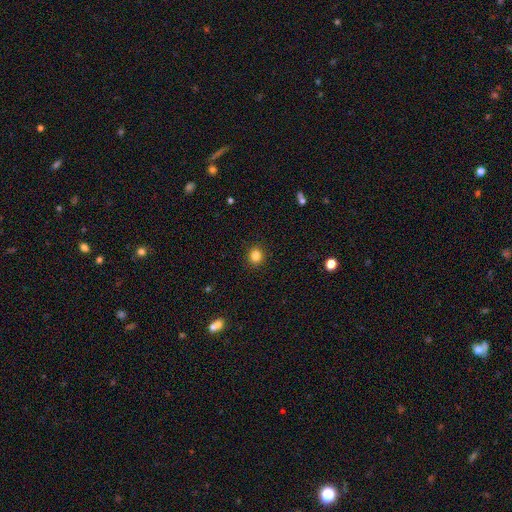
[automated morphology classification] Smooth or featured? smooth (83%)
How rounded? round (85%)
Merging? none (92%)